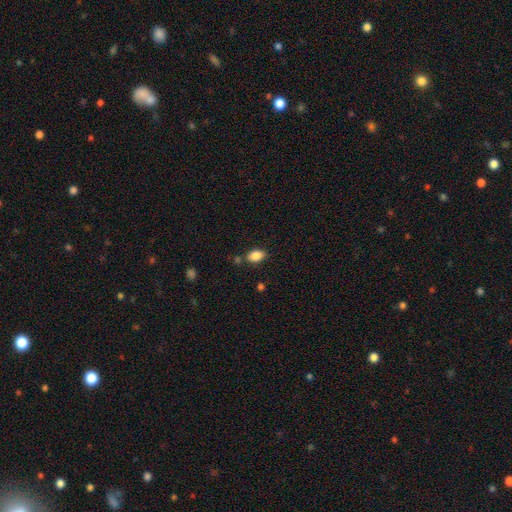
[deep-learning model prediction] Smooth or featured?
  - smooth: 86% *
  - star or artifact: 8%
  - featured or disk: 5%
How rounded?
  - in between: 88% *
  - round: 10%
  - cigar-shaped: 2%
Merging?
  - none: 77% *
  - minor disturbance: 13%
  - merger: 7%
  - major disturbance: 3%